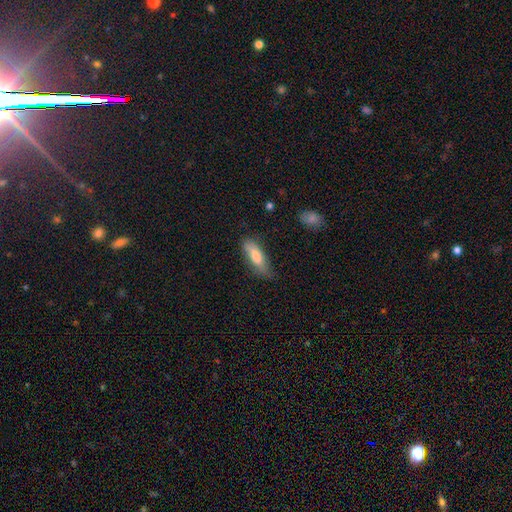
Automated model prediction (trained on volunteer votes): Overall: smooth (75%). How rounded: in between (55%; cigar-shaped 43%). Merging: none (63%; minor disturbance 28%).